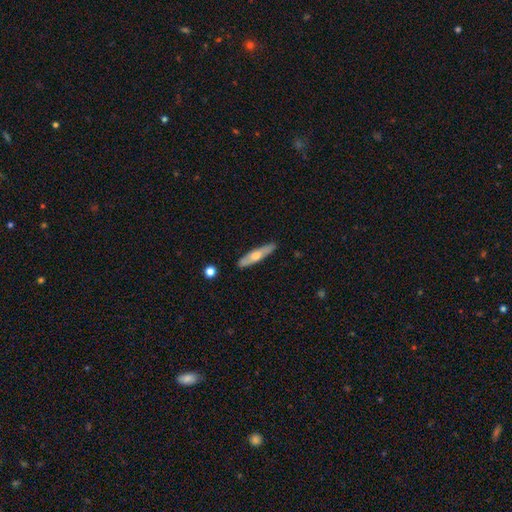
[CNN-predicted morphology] A smooth galaxy with no disk features (50%).

Vote fractions:
- Smooth or featured? smooth: 50% / featured or disk: 44% / star or artifact: 6%
- Merging? none: 88% / minor disturbance: 9% / major disturbance: 2% / merger: 2%